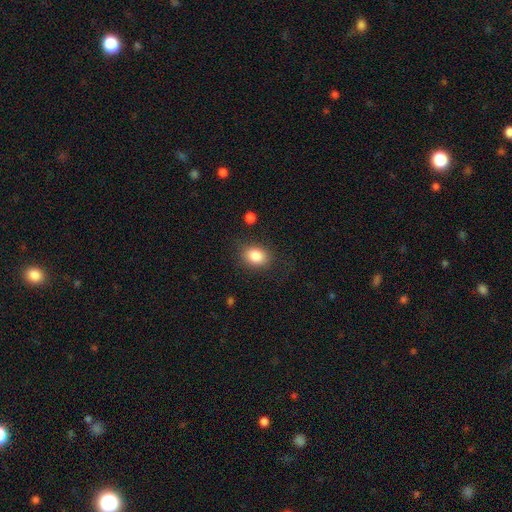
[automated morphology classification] This is clearly a smooth galaxy (84%). How rounded: likely in between (62%). Merging: clearly none (81%).